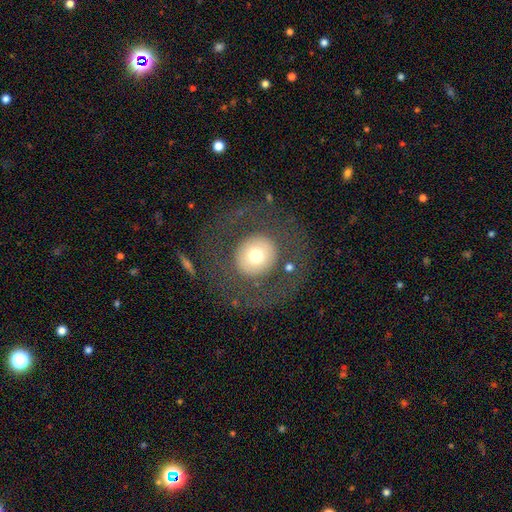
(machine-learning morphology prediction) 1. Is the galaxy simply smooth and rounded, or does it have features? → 62% smooth, 28% featured or disk, 10% star or artifact.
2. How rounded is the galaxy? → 89% round, 10% in between, 1% cigar-shaped.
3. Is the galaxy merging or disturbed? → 75% none, 13% major disturbance, 10% minor disturbance, 2% merger.